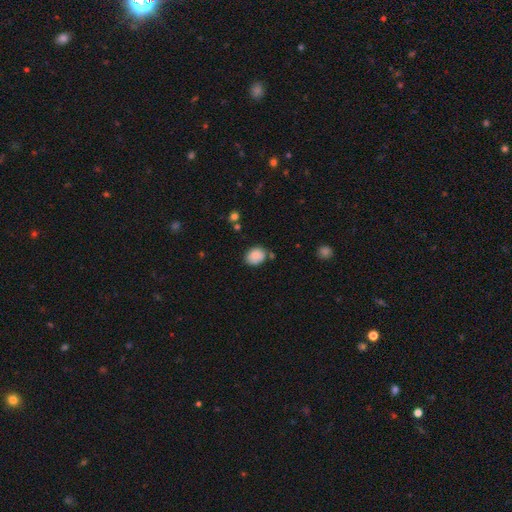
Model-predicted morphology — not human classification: This appears to be a smooth galaxy with no disk features (86%) that is in between round and cigar-shaped (54%). Merging: none (72%).